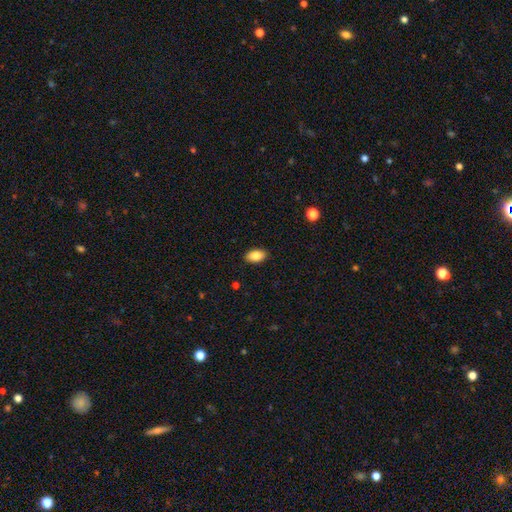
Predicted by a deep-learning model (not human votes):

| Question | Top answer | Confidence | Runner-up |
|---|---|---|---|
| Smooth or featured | smooth | 85% | star or artifact (8%) |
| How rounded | in between | 93% | round (5%) |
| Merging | none | 90% | minor disturbance (7%) |